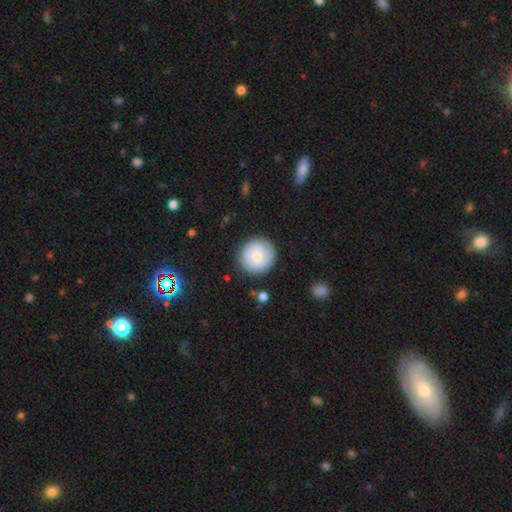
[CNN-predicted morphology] smooth_or_featured: smooth (p=0.57) [alt: featured or disk p=0.36]
how_rounded: round (p=0.92) [alt: in between p=0.07]
merging: none (p=0.84) [alt: minor disturbance p=0.11]